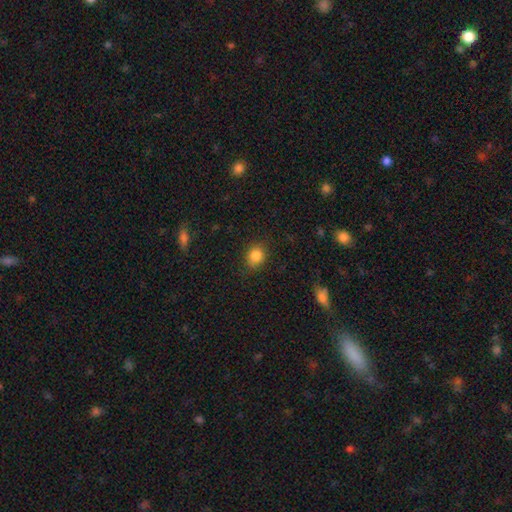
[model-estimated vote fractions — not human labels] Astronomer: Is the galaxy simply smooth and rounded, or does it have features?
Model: smooth — 84%.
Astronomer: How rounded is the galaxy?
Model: round — 61% (runner-up: in between, 38%).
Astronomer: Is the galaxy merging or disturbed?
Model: none — 84%.